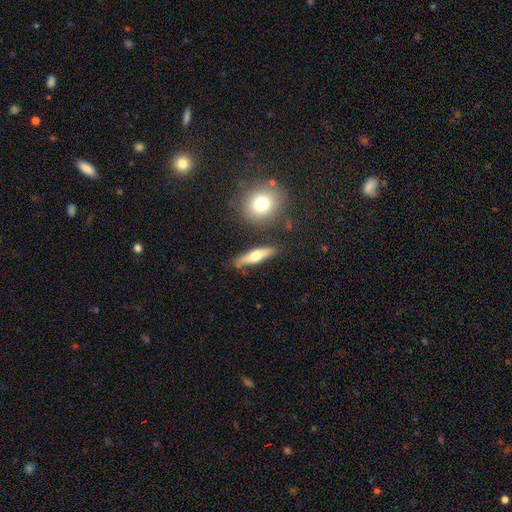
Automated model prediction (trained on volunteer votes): The model was most divided on "smooth or featured": smooth: 49%, featured or disk: 45%, star or artifact: 6%. More confident: merging — none (82%).